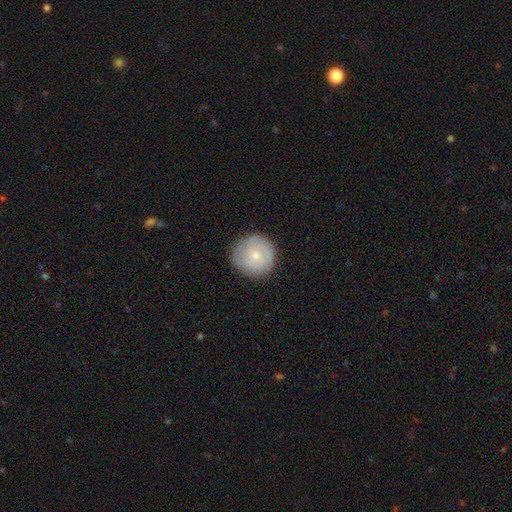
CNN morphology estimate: smooth_or_featured: smooth (p=0.56) [alt: featured or disk p=0.37]
how_rounded: round (p=0.95) [alt: in between p=0.04]
merging: none (p=0.85) [alt: minor disturbance p=0.11]